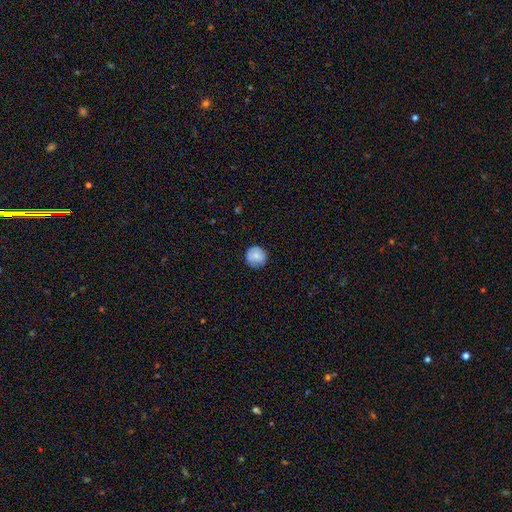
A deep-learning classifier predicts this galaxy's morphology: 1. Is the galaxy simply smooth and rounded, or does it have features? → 77% smooth, 15% featured or disk, 8% star or artifact.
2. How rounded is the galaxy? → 92% round, 7% in between, 1% cigar-shaped.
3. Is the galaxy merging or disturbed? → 78% none, 17% minor disturbance, 4% major disturbance, 1% merger.